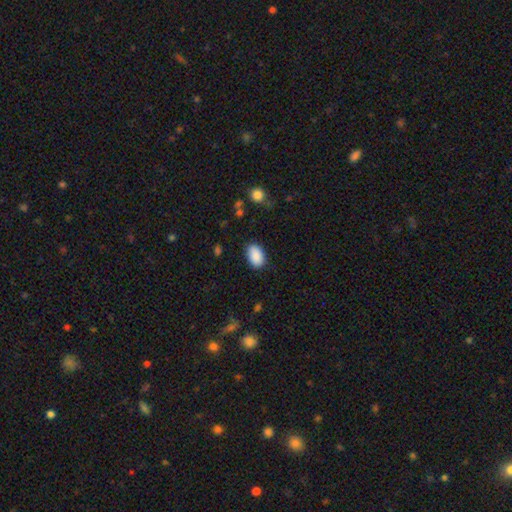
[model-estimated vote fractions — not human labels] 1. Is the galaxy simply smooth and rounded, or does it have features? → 90% smooth, 7% star or artifact, 3% featured or disk.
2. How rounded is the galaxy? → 90% in between, 9% round, 1% cigar-shaped.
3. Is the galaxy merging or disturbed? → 85% none, 11% minor disturbance, 3% major disturbance, 1% merger.